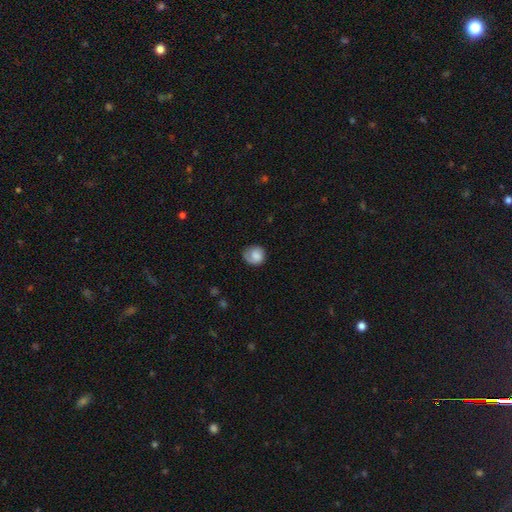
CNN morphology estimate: Smooth or featured? smooth (73%)
How rounded? round (79%)
Merging? none (65%)